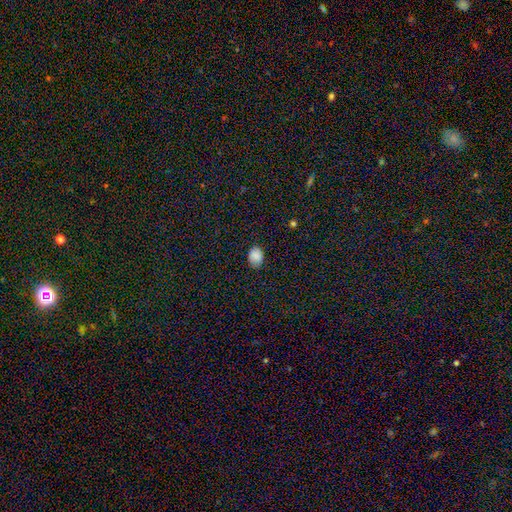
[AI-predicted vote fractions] Smooth or featured? Predicted: smooth (p=0.87). How rounded? Predicted: in between (p=0.61). Merging? Predicted: none (p=0.81).